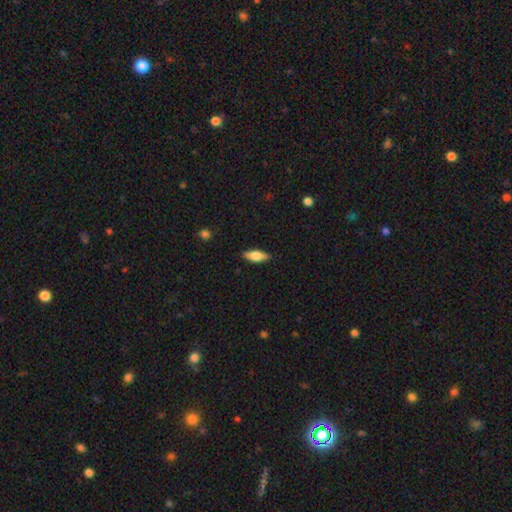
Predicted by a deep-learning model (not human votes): This appears to be a smooth galaxy with no disk features (70%) that is in between round and cigar-shaped (73%). Merging: none (86%).